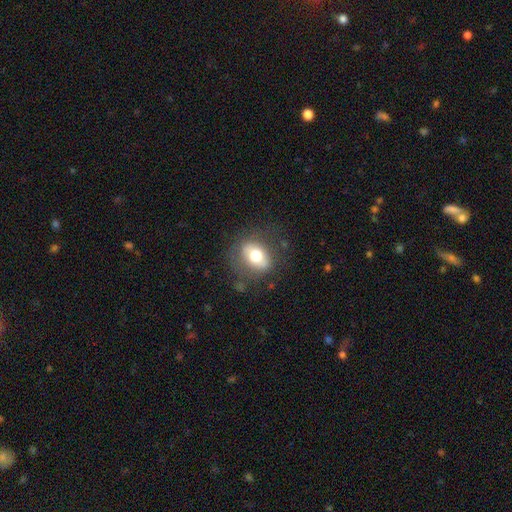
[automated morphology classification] Smooth or featured? smooth (65%)
How rounded? in between (59%)
Merging? none (72%)